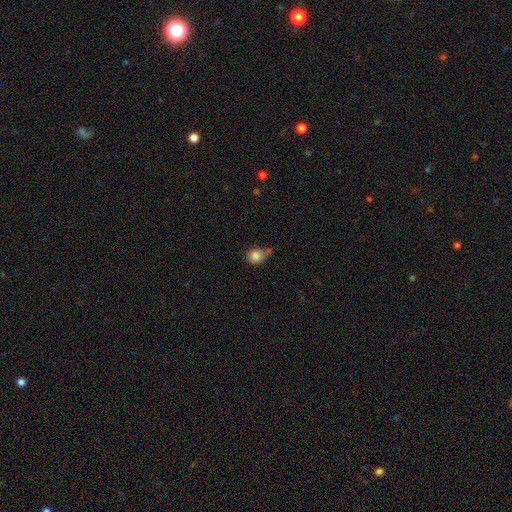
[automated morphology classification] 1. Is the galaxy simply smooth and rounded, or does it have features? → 84% smooth, 10% star or artifact, 6% featured or disk.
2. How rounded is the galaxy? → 79% round, 20% in between, 1% cigar-shaped.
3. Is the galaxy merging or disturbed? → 57% none, 20% minor disturbance, 17% merger, 5% major disturbance.